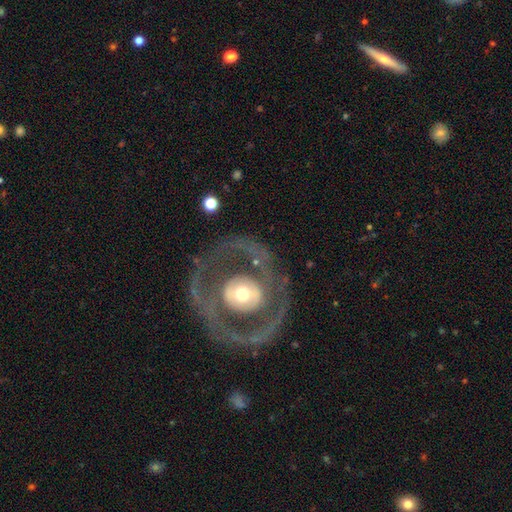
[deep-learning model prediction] Morphology: type=featured or disk (73%); edge-on=no (95%); bar=no (73%); spiral arms=no (61%); bulge=moderate (64%); merging=none (73%).